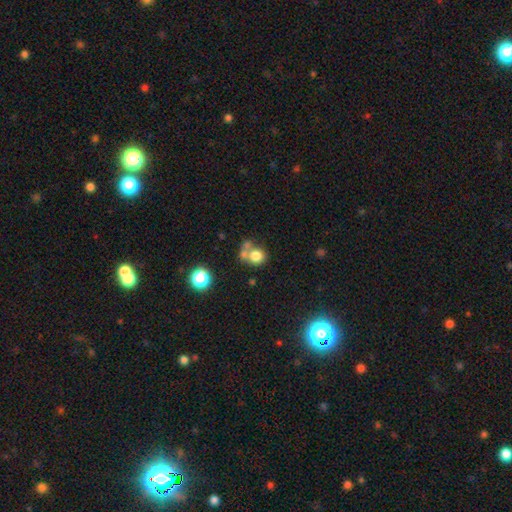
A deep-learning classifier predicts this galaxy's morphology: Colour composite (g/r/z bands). It shows a smooth galaxy with no disk features (76%) that is round (79%). Merging: none (44%).